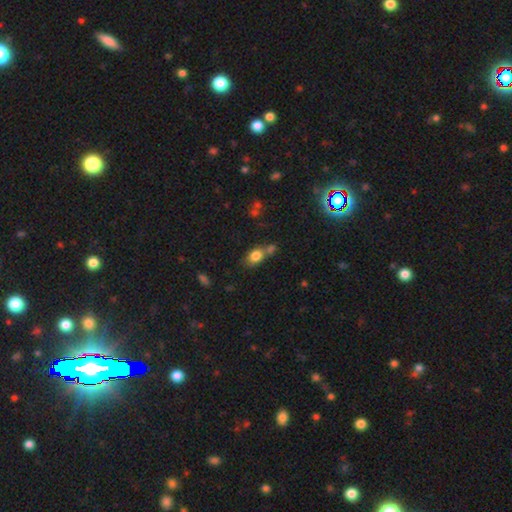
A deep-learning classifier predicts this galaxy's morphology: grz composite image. It shows a smooth galaxy with no disk features (80%) that is in between round and cigar-shaped (71%). Merging: none (44%).